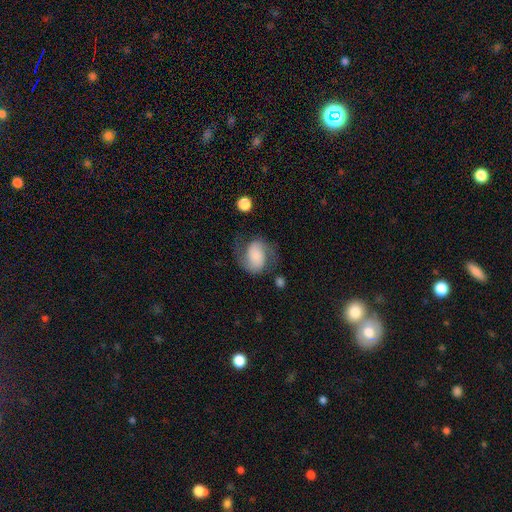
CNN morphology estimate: Smooth or featured?
  - featured or disk: 63% *
  - smooth: 29%
  - star or artifact: 8%
Edge-on disk?
  - no: 98% *
  - yes: 2%
Bar?
  - no: 59% *
  - weak: 29%
  - strong: 11%
Spiral arms?
  - yes: 93% *
  - no: 7%
Spiral winding?
  - medium: 45% *
  - loose: 35%
  - tight: 19%
Spiral arm count?
  - 2: 90% *
  - can't tell: 3%
  - 1: 3%
  - 3: 1%
  - 4: 1%
  - more than 4: 1%
Bulge size?
  - none: 35% *
  - large: 20%
  - small: 18%
  - dominant: 14%
  - moderate: 13%
Merging?
  - none: 61% *
  - minor disturbance: 21%
  - major disturbance: 15%
  - merger: 3%